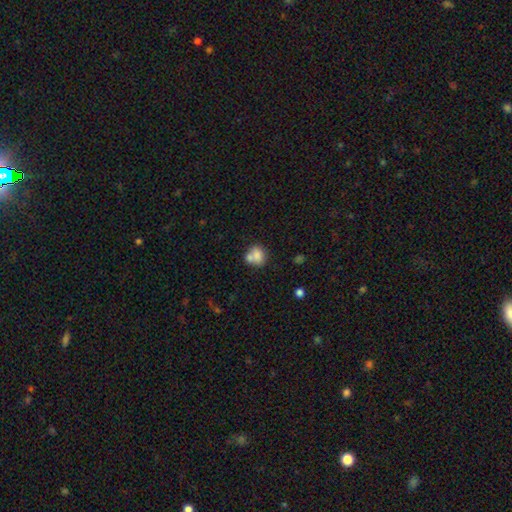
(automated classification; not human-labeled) smooth 77%, featured or disk 14%, star or artifact 9%. Down the decision tree: how rounded — round (60%); merging — merger (43%).